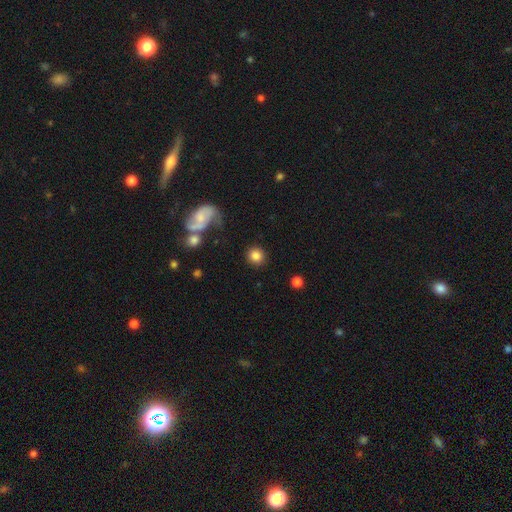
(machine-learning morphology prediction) Smooth or featured? smooth (82%)
How rounded? round (90%)
Merging? none (84%)